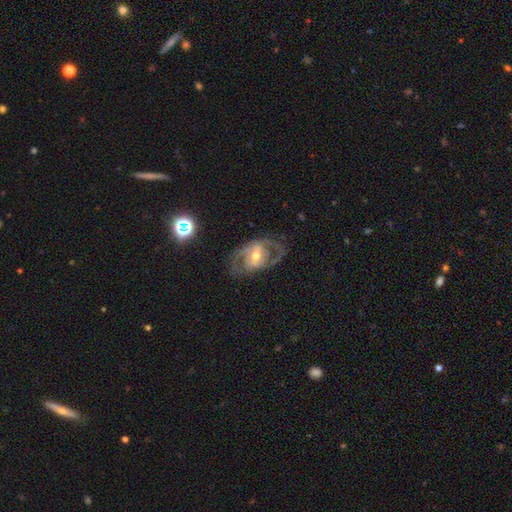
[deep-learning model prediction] Smooth or featured? Predicted: featured or disk (p=0.82). Edge-on disk? Predicted: no (p=0.95). Bar? Predicted: weak (p=0.41). Spiral arms? Predicted: yes (p=0.82). Spiral winding? Predicted: medium (p=0.52). Spiral arm count? Predicted: 2 (p=0.80). Bulge size? Predicted: moderate (p=0.65). Merging? Predicted: none (p=0.70).